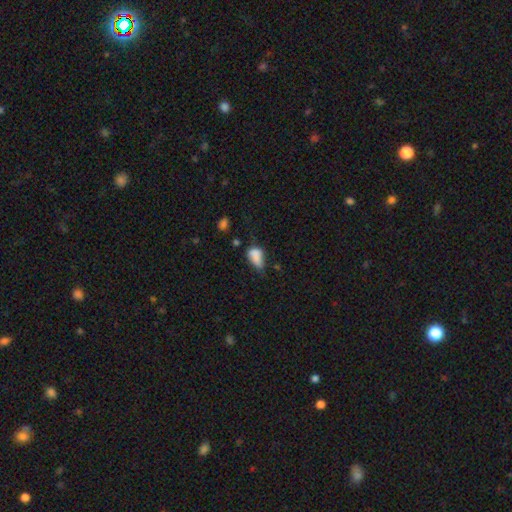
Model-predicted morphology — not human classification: Smooth or featured?
  - smooth: 78% *
  - featured or disk: 12%
  - star or artifact: 10%
How rounded?
  - in between: 87% *
  - round: 8%
  - cigar-shaped: 5%
Merging?
  - minor disturbance: 40% *
  - none: 28%
  - major disturbance: 25%
  - merger: 8%